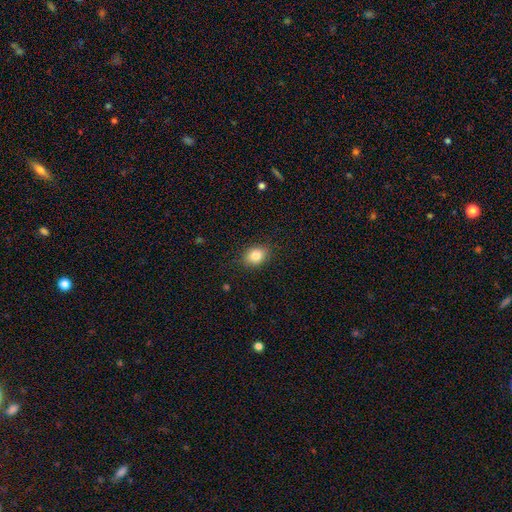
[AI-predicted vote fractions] The model was most divided on "how rounded": in between: 57%, round: 42%, cigar-shaped: 1%. More confident: merging — none (85%); smooth or featured — smooth (83%).